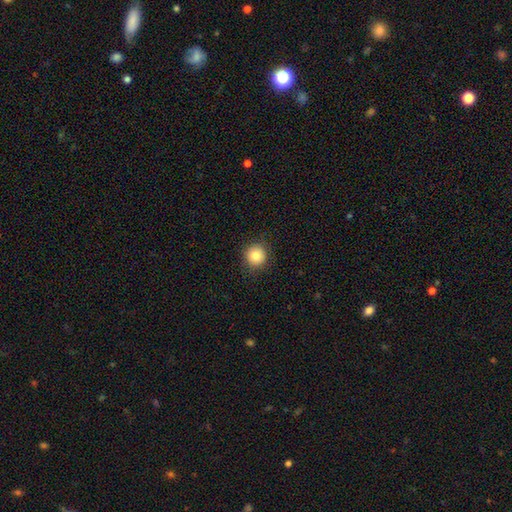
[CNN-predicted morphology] This is clearly a smooth galaxy (84%). How rounded: clearly round (92%). Merging: clearly none (89%).